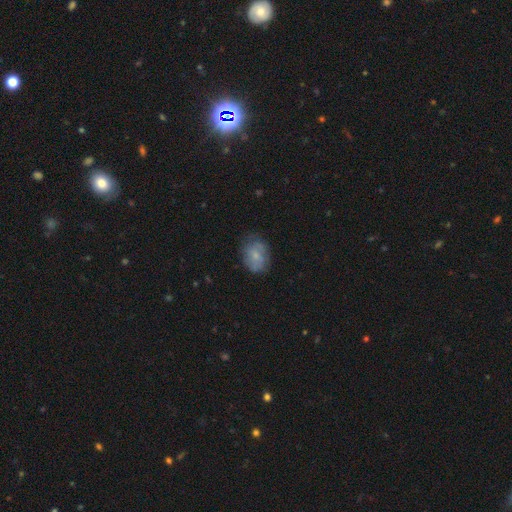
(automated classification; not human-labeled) The model was most divided on "smooth or featured": smooth: 58%, featured or disk: 33%, star or artifact: 8%. More confident: merging — none (66%); how rounded — in between (64%).